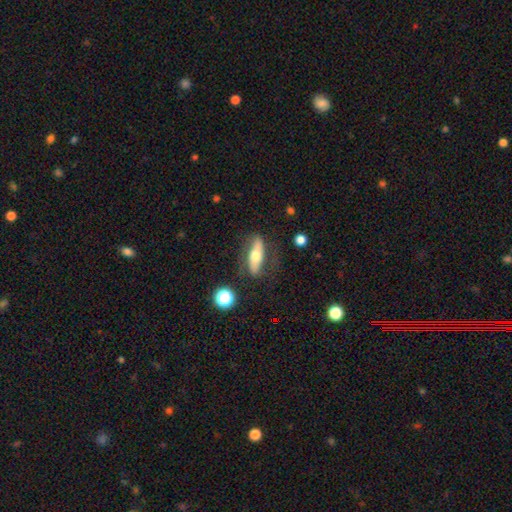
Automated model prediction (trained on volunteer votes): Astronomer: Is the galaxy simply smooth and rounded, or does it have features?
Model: smooth — 48% (runner-up: featured or disk, 45%).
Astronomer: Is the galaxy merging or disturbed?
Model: none — 74%.